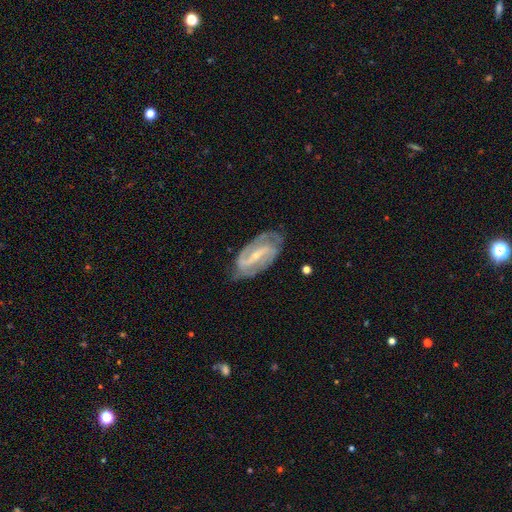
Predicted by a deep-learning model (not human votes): Smooth or featured? featured or disk (89%)
Edge-on disk? no (95%)
Bar? strong (57%)
Spiral arms? yes (96%)
Spiral winding? medium (49%)
Spiral arm count? 2 (85%)
Bulge size? small (74%)
Merging? none (75%)